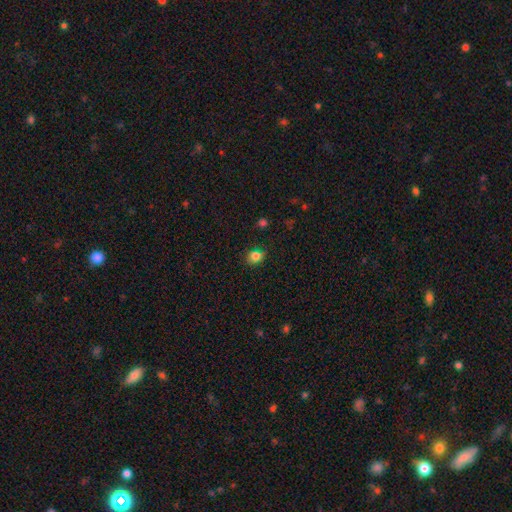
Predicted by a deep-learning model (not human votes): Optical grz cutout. It shows a smooth galaxy with no disk features (81%) that is round (56%). Merging: none (75%).